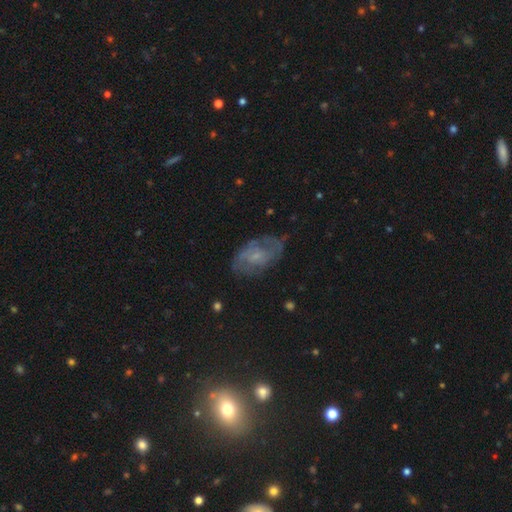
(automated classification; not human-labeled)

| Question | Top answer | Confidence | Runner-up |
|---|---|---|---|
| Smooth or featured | featured or disk | 63% | smooth (27%) |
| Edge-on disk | no | 96% | yes (4%) |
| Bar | no | 59% | weak (35%) |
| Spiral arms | yes | 77% | no (23%) |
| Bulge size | small | 60% | moderate (20%) |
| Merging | none | 64% | minor disturbance (23%) |